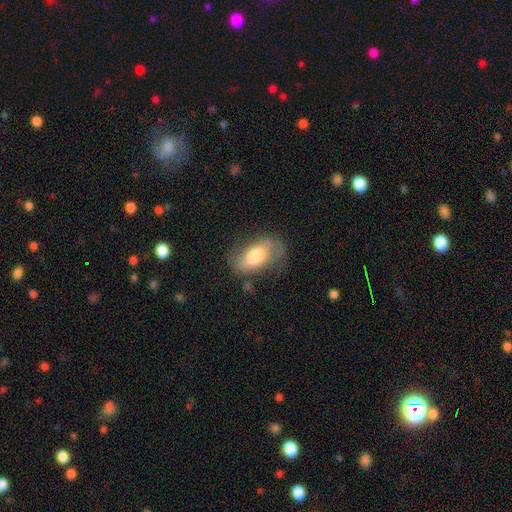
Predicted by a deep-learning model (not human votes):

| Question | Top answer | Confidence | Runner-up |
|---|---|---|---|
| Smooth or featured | smooth | 61% | featured or disk (32%) |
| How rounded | in between | 90% | round (6%) |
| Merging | none | 57% | minor disturbance (26%) |